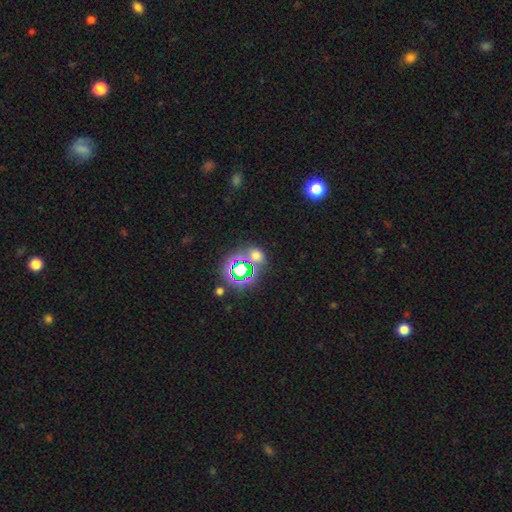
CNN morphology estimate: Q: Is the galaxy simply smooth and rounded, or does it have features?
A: smooth — 48%.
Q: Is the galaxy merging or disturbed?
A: none — 65%.